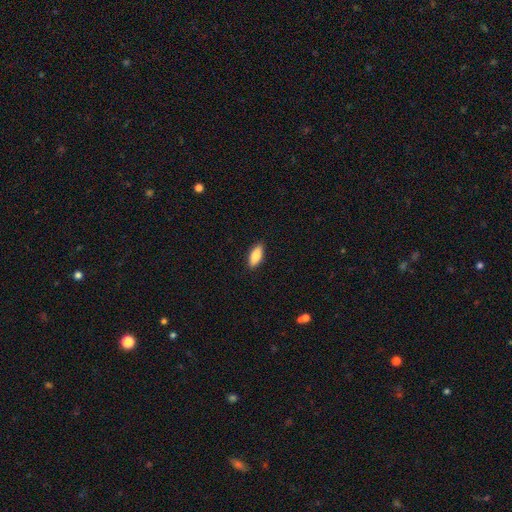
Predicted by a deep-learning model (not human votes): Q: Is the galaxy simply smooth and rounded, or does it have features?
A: smooth — 82%.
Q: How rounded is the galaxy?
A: in between — 79%.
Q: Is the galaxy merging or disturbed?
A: none — 89%.